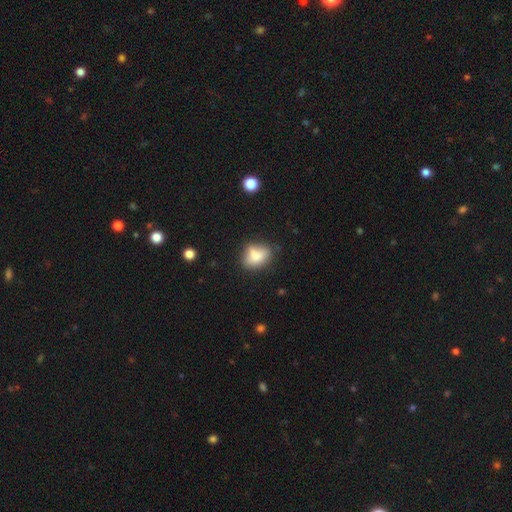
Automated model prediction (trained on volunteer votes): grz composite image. It shows a smooth galaxy with no disk features (73%) that is in between round and cigar-shaped (69%). Merging: none (50%).